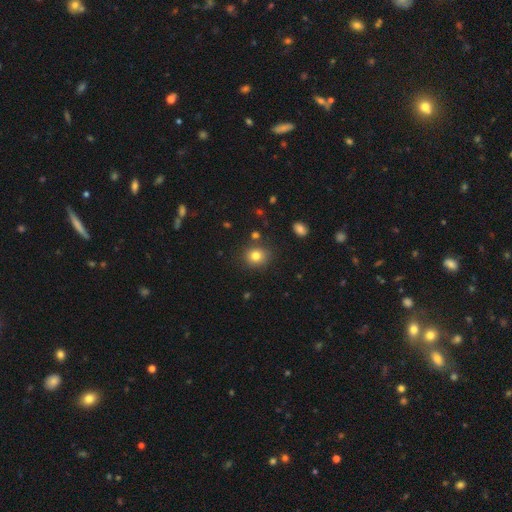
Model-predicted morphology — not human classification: Q: Smooth or featured?
A: smooth (79%); runner-up: star or artifact (12%)
Q: How rounded?
A: round (81%); runner-up: in between (18%)
Q: Merging?
A: none (84%); runner-up: minor disturbance (9%)